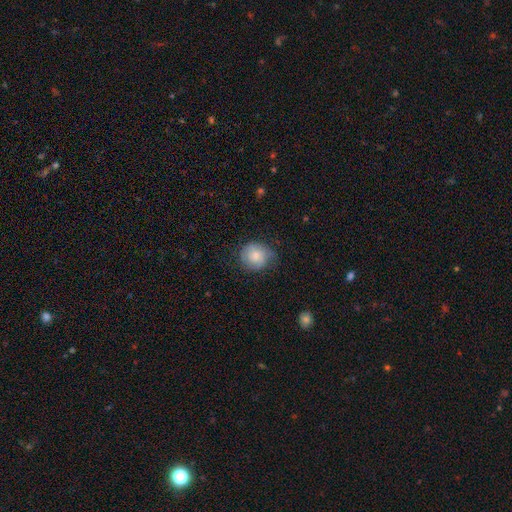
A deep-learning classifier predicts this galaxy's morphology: smooth 73%, featured or disk 20%, star or artifact 7%. Down the decision tree: how rounded — round (83%); merging — none (62%).